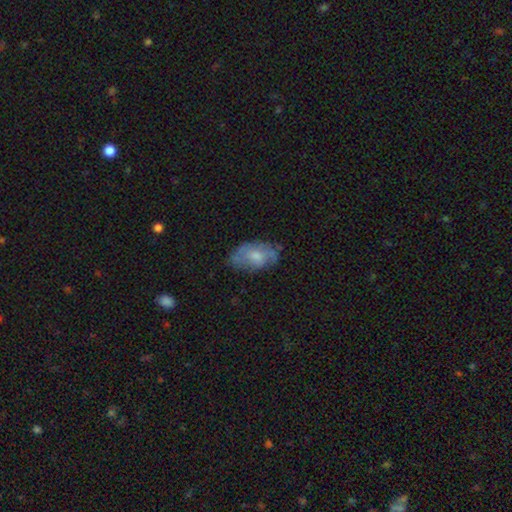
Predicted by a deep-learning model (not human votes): smooth_or_featured: smooth (p=0.53) [alt: featured or disk p=0.40]
how_rounded: in between (p=0.91) [alt: round p=0.06]
merging: none (p=0.60) [alt: minor disturbance p=0.28]